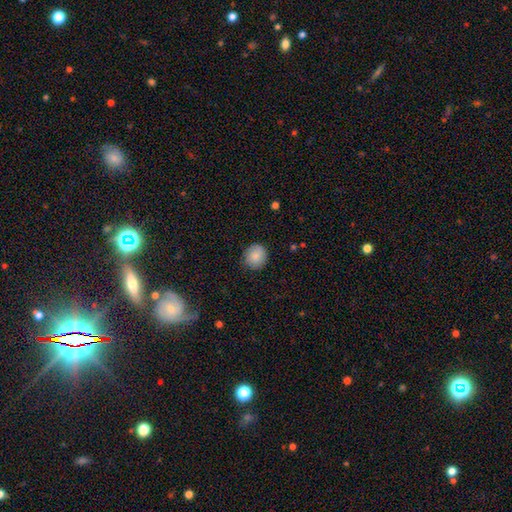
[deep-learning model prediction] Q: Smooth or featured?
A: smooth (83%); runner-up: featured or disk (9%)
Q: How rounded?
A: round (88%); runner-up: in between (11%)
Q: Merging?
A: none (85%); runner-up: minor disturbance (12%)